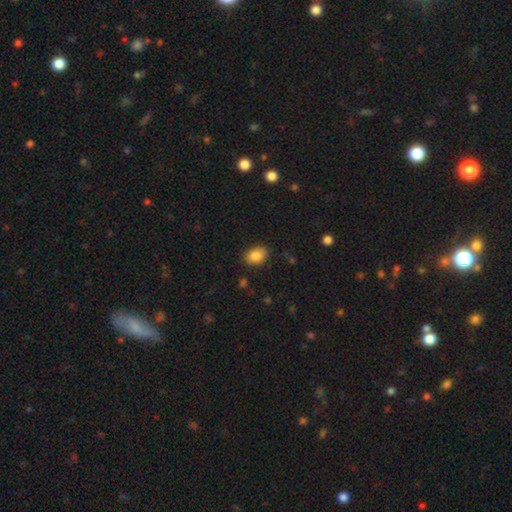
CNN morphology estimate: Smooth or featured: smooth — 86% (star or artifact — 9%)
How rounded: in between — 76% (round — 23%)
Merging: none — 82% (minor disturbance — 13%)